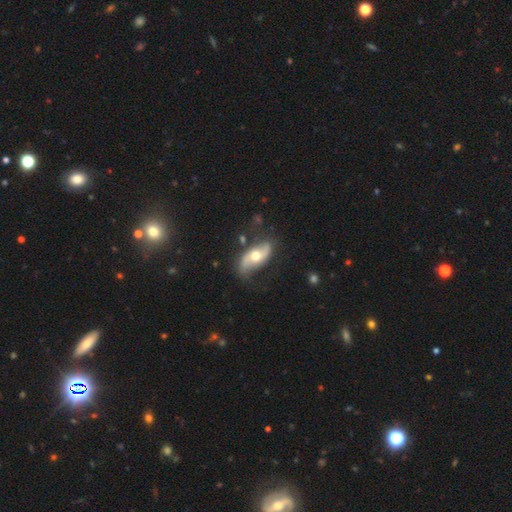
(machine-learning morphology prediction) Smooth or featured? featured or disk (71%)
Edge-on disk? no (90%)
Bar? no (68%)
Spiral arms? yes (84%)
Spiral winding? loose (73%)
Spiral arm count? 2 (90%)
Bulge size? moderate (75%)
Merging? none (69%)